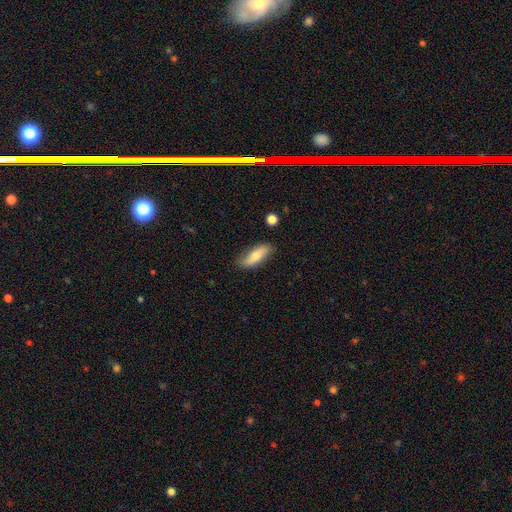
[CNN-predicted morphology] type=smooth (66%); roundness=in between (62%); merging=none (80%).